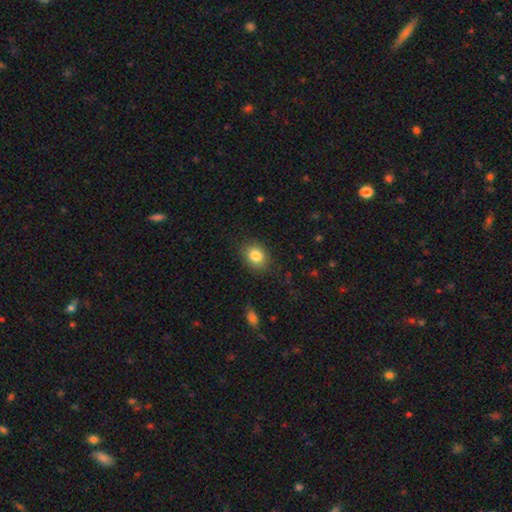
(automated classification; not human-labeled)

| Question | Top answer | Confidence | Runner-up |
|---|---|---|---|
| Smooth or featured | smooth | 84% | star or artifact (10%) |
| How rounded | round | 55% | in between (44%) |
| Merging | none | 85% | minor disturbance (11%) |